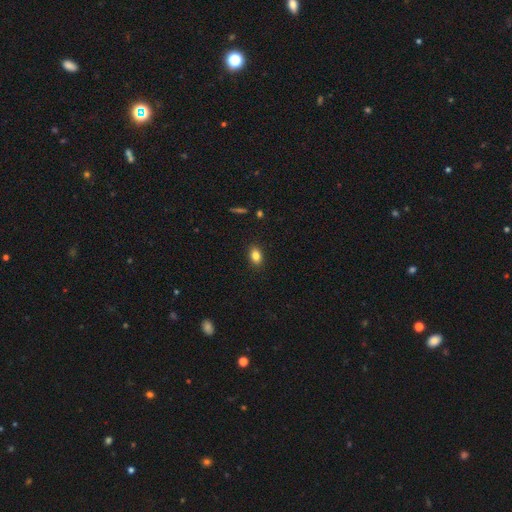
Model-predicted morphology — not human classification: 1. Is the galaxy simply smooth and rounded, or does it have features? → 83% smooth, 10% star or artifact, 7% featured or disk.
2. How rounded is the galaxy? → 80% in between, 18% round, 2% cigar-shaped.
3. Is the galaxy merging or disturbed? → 89% none, 8% minor disturbance, 2% major disturbance, 1% merger.